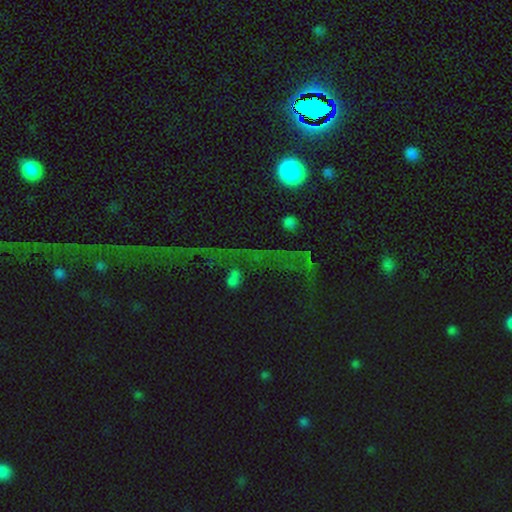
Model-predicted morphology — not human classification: Smooth or featured: star or artifact — 77% (featured or disk — 12%)